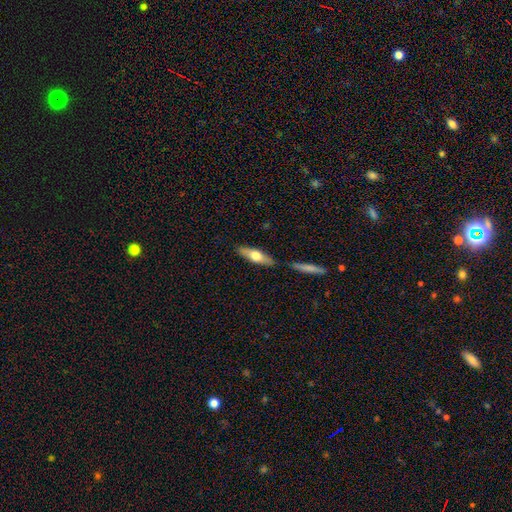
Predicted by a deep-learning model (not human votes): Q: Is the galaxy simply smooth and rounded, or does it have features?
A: smooth — 56%.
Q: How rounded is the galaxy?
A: cigar-shaped — 55%.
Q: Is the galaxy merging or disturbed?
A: none — 74%.